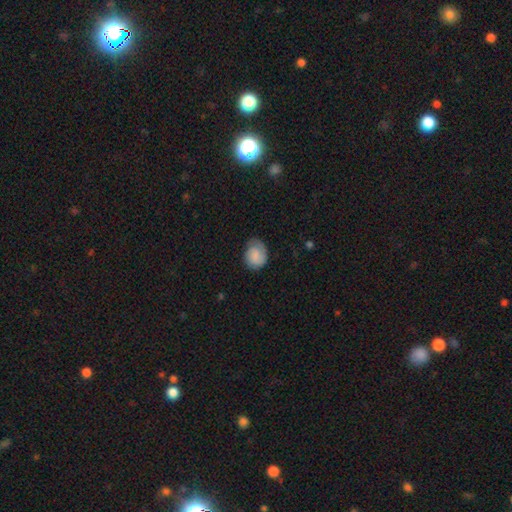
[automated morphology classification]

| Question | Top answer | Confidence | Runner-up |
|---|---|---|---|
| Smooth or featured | smooth | 66% | featured or disk (27%) |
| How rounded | round | 51% | in between (48%) |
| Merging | none | 62% | minor disturbance (28%) |